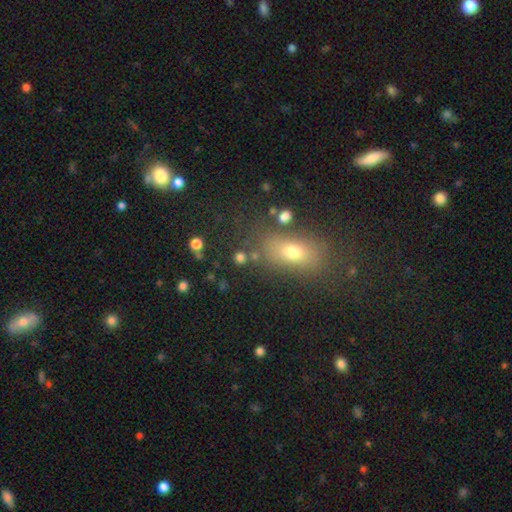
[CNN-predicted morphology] type=smooth (67%); roundness=in between (69%); merging=none (74%).